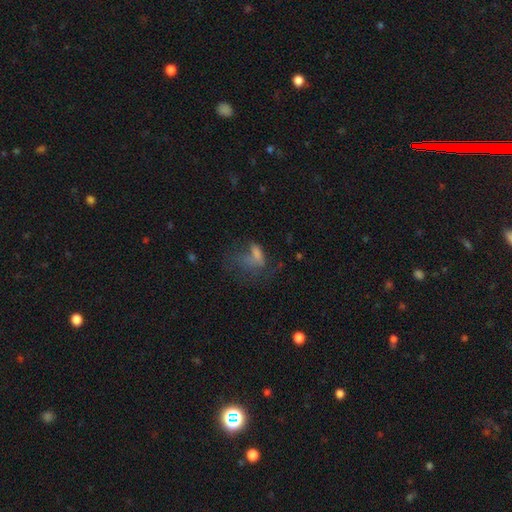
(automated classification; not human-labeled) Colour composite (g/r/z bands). It shows a smooth galaxy with no disk features (56%) that is in between round and cigar-shaped (80%). Merging: major disturbance (53%).